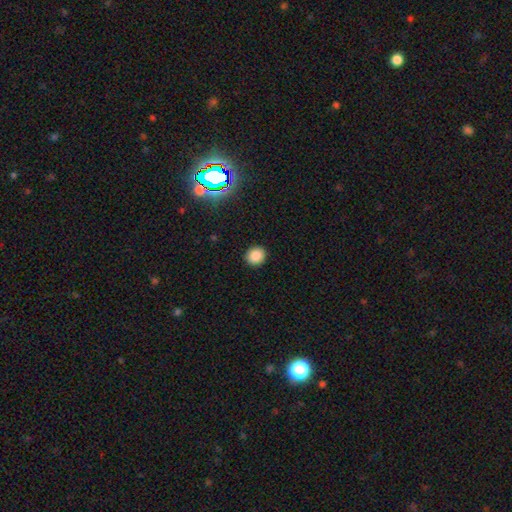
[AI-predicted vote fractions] Smooth or featured?
  - smooth: 85% *
  - star or artifact: 11%
  - featured or disk: 3%
How rounded?
  - round: 84% *
  - in between: 15%
  - cigar-shaped: 1%
Merging?
  - none: 92% *
  - minor disturbance: 5%
  - major disturbance: 2%
  - merger: 1%